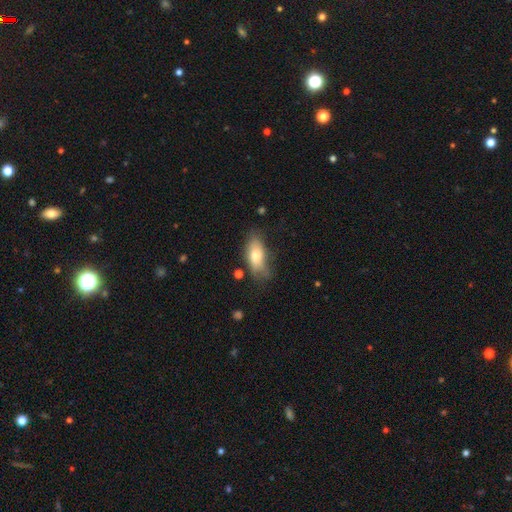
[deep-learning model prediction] Overall: smooth (73%). How rounded: in between (85%). Merging: none (54%; minor disturbance 30%).